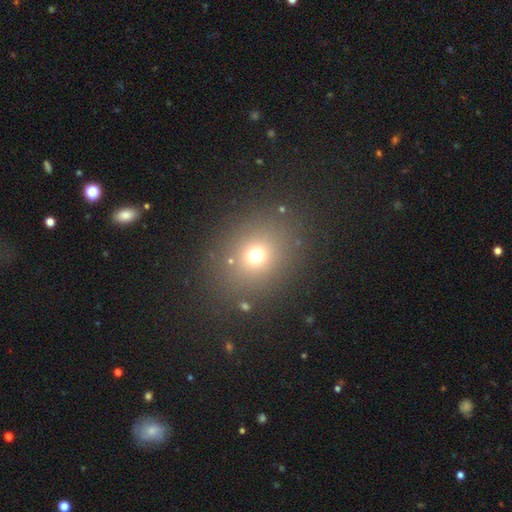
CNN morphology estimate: smooth_or_featured: smooth (p=0.68) [alt: star or artifact p=0.22]
how_rounded: round (p=0.66) [alt: in between p=0.33]
merging: none (p=0.83) [alt: minor disturbance p=0.09]